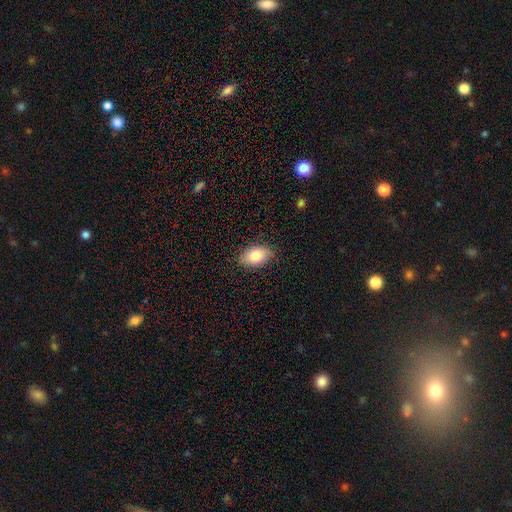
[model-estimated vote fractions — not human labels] This appears to be a smooth galaxy with no disk features (81%) that is in between round and cigar-shaped (90%). Merging: none (86%).